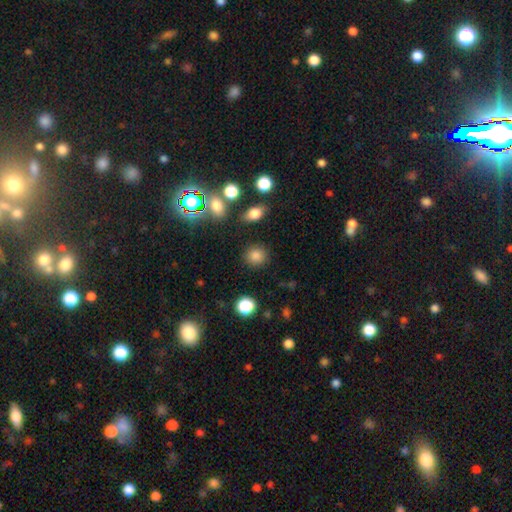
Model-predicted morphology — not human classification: Smooth or featured? smooth (83%)
How rounded? round (87%)
Merging? none (87%)